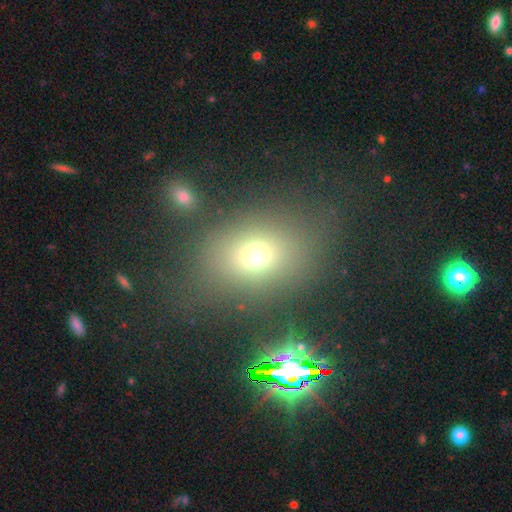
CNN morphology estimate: Overall: smooth (65%). How rounded: in between (59%; round 39%). Merging: none (72%).